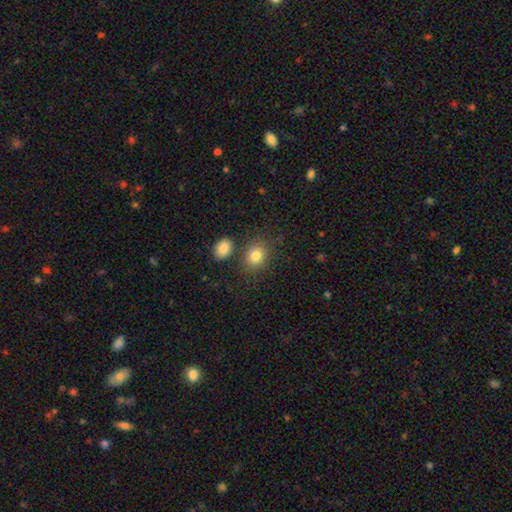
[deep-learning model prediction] smooth-or-featured: smooth: 81% | star or artifact: 11% | featured or disk: 8%
  how-rounded: round: 52% | in between: 47% | cigar-shaped: 1%
  merging: none: 73% | minor disturbance: 12% | merger: 10% | major disturbance: 4%